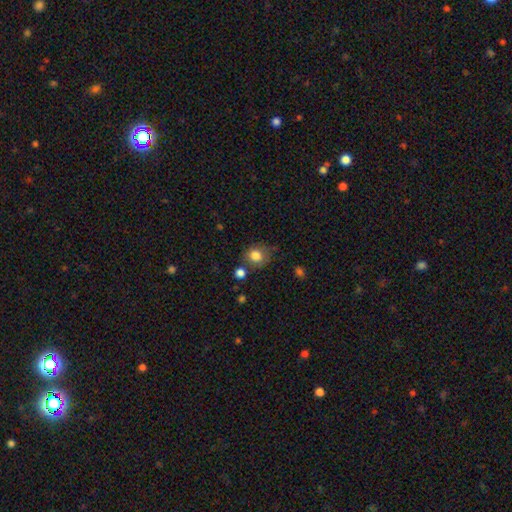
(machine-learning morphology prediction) Smooth or featured? smooth (82%)
How rounded? round (72%)
Merging? none (68%)